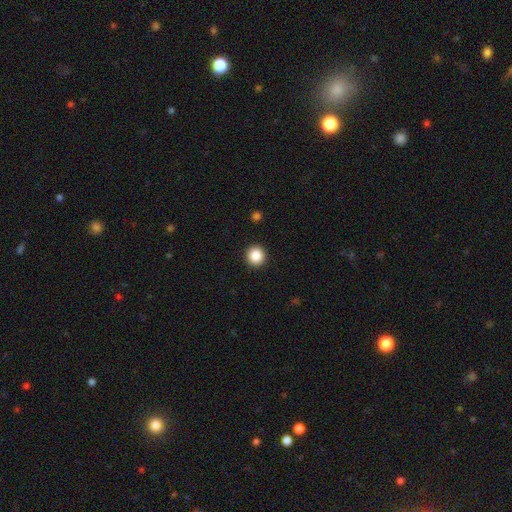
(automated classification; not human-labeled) A smooth galaxy with no disk features (87%) that is round (93%).

Vote fractions:
- Smooth or featured? smooth: 87% / star or artifact: 10% / featured or disk: 3%
- How rounded? round: 93% / in between: 6% / cigar-shaped: 1%
- Merging? none: 93% / minor disturbance: 4% / major disturbance: 2% / merger: 1%